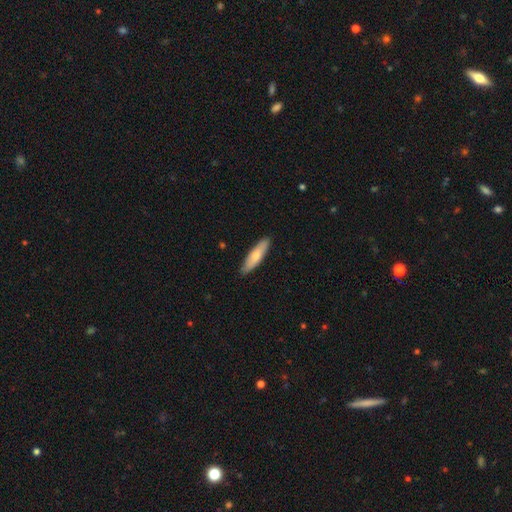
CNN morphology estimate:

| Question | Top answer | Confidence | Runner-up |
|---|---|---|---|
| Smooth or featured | smooth | 68% | featured or disk (26%) |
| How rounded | cigar-shaped | 66% | in between (32%) |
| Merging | none | 88% | minor disturbance (9%) |